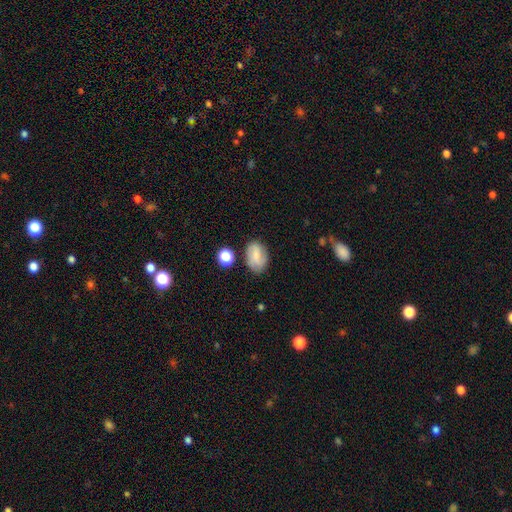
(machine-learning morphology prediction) Smooth or featured: smooth — 63% (featured or disk — 27%)
How rounded: in between — 80% (round — 18%)
Merging: none — 72% (minor disturbance — 18%)